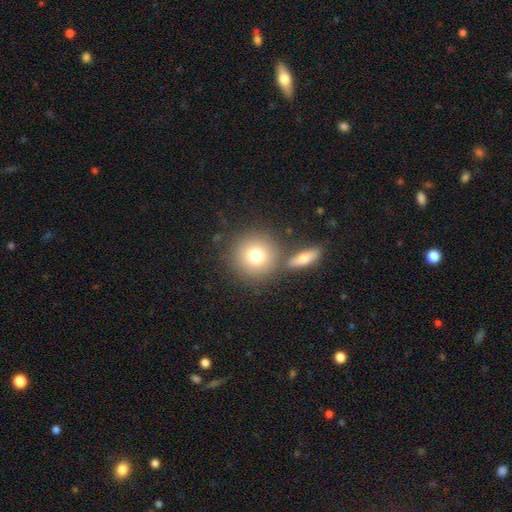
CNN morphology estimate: smooth_or_featured: smooth (p=0.76) [alt: featured or disk p=0.14]
how_rounded: round (p=0.92) [alt: in between p=0.07]
merging: none (p=0.71) [alt: merger p=0.18]